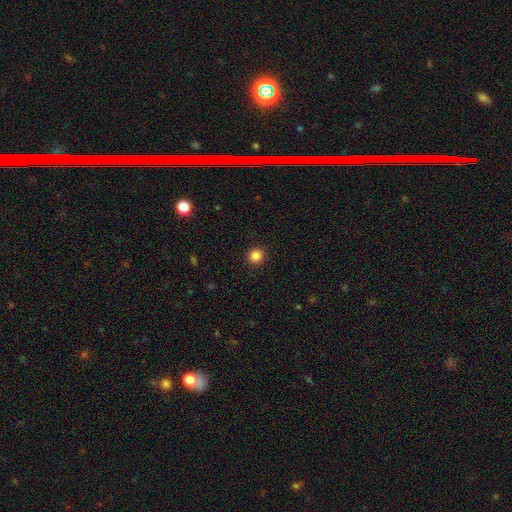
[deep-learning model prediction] Overall: smooth (85%). How rounded: round (91%). Merging: none (92%).